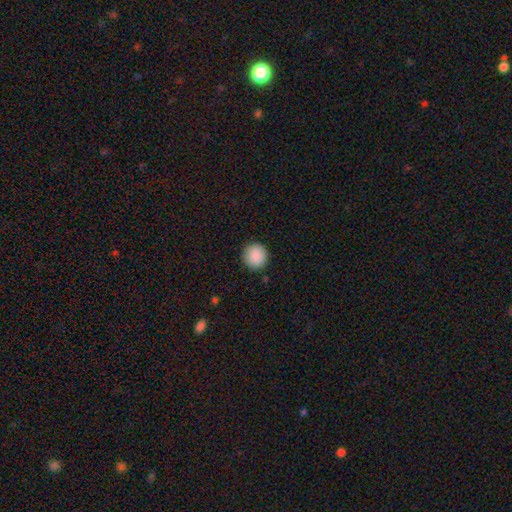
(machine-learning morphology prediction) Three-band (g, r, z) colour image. It shows a smooth galaxy with no disk features (90%) that is round (93%). Merging: none (91%).